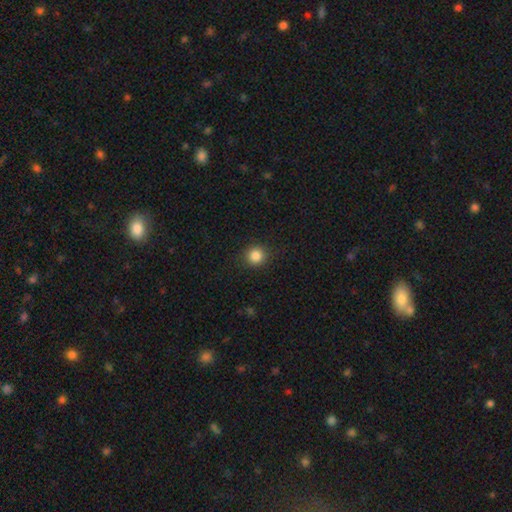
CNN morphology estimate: A smooth galaxy with no disk features (85%) that is round (91%).

Vote fractions:
- Smooth or featured? smooth: 85% / star or artifact: 11% / featured or disk: 4%
- How rounded? round: 91% / in between: 8% / cigar-shaped: 1%
- Merging? none: 90% / minor disturbance: 6% / major disturbance: 2% / merger: 1%